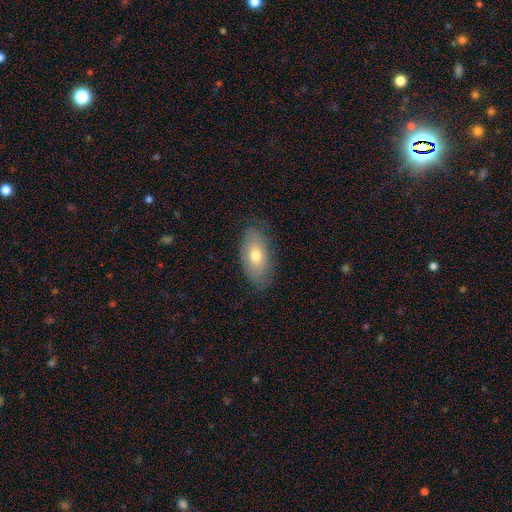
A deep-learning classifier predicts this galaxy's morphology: Overall: smooth (69%). How rounded: in between (91%). Merging: none (80%).